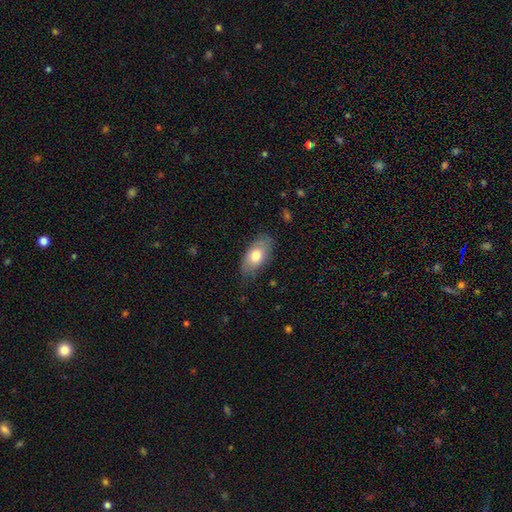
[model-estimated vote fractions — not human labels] Smooth or featured?
  - smooth: 72% *
  - featured or disk: 22%
  - star or artifact: 6%
How rounded?
  - in between: 91% *
  - round: 5%
  - cigar-shaped: 4%
Merging?
  - none: 75% *
  - minor disturbance: 20%
  - major disturbance: 5%
  - merger: 1%